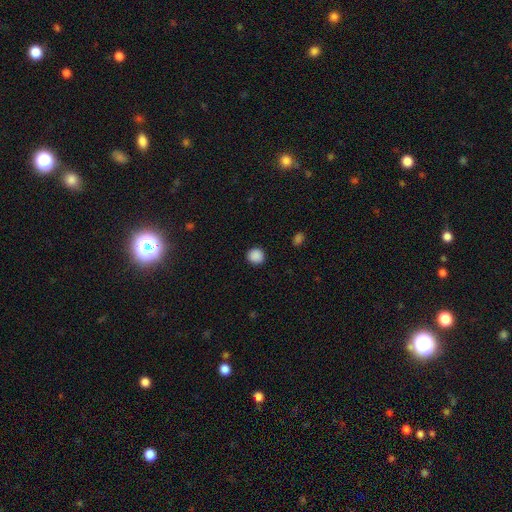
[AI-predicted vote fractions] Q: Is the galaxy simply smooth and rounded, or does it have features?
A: smooth — 89%.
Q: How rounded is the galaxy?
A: round — 91%.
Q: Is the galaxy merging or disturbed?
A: none — 91%.